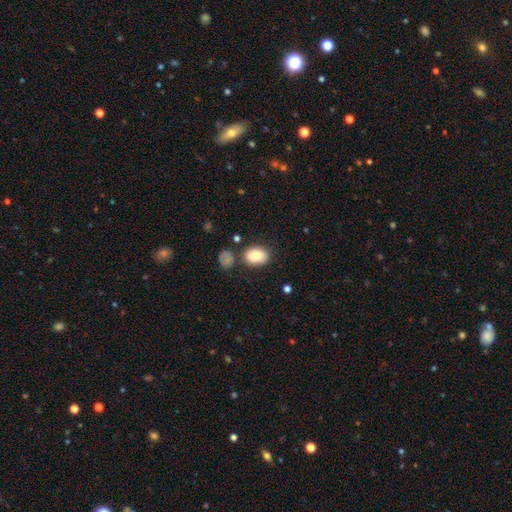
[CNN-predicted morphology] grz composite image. It shows a smooth galaxy with no disk features (85%) that is in between round and cigar-shaped (81%). Merging: none (75%).